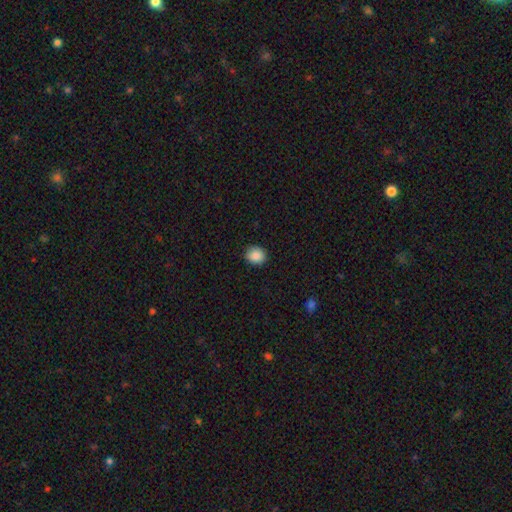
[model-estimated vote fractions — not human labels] Smooth or featured?
  - smooth: 89% *
  - star or artifact: 8%
  - featured or disk: 3%
How rounded?
  - round: 74% *
  - in between: 25%
  - cigar-shaped: 1%
Merging?
  - none: 89% *
  - minor disturbance: 8%
  - major disturbance: 2%
  - merger: 1%